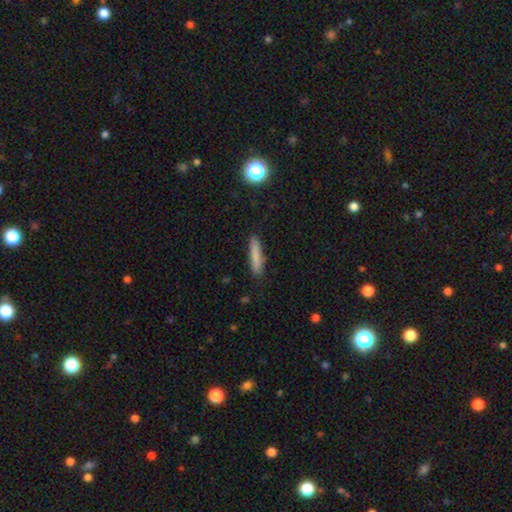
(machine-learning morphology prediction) This appears to be a smooth galaxy with no disk features (81%) that is cigar-shaped (89%). Merging: none (85%).